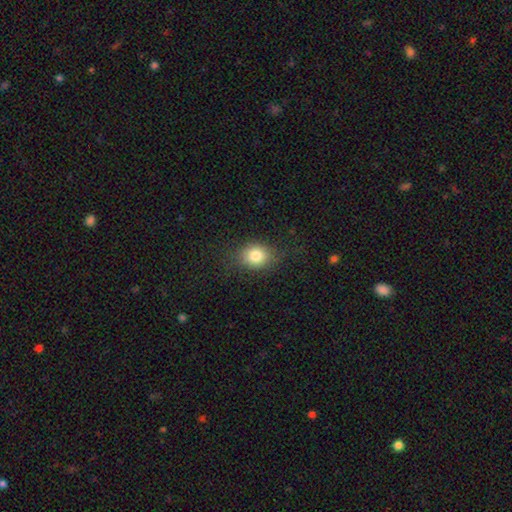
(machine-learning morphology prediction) Smooth or featured? Predicted: smooth (p=0.80). How rounded? Predicted: round (p=0.62). Merging? Predicted: none (p=0.77).